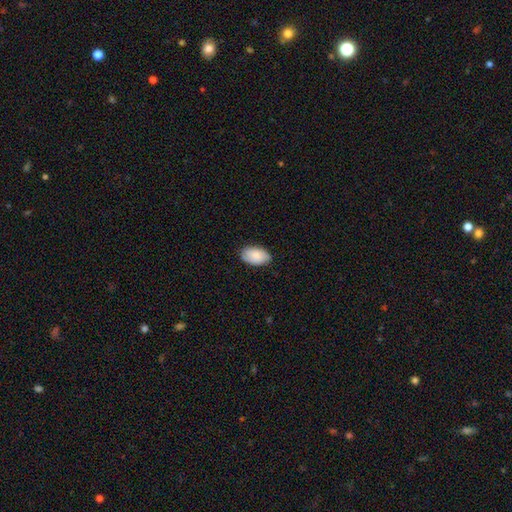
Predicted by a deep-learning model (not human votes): Smooth or featured?
  - smooth: 87% *
  - featured or disk: 7%
  - star or artifact: 6%
How rounded?
  - in between: 93% *
  - round: 5%
  - cigar-shaped: 1%
Merging?
  - none: 83% *
  - minor disturbance: 14%
  - major disturbance: 2%
  - merger: 1%